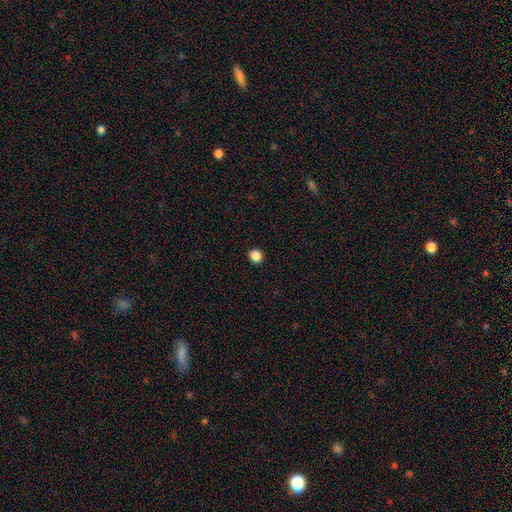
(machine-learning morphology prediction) smooth_or_featured: smooth (p=0.87) [alt: star or artifact p=0.10]
how_rounded: round (p=0.87) [alt: in between p=0.12]
merging: none (p=0.93) [alt: minor disturbance p=0.04]